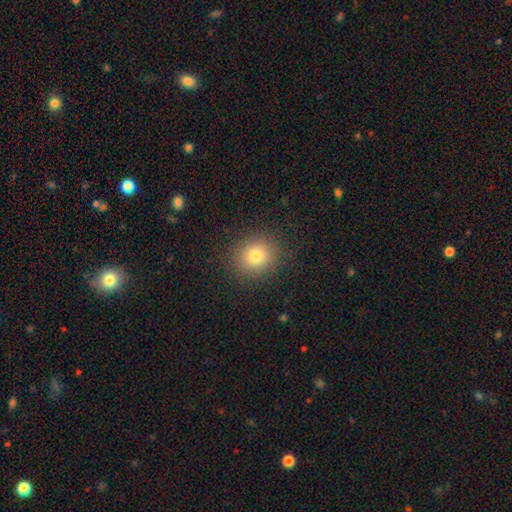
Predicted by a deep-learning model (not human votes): Smooth or featured: smooth — 80% (star or artifact — 12%)
How rounded: round — 83% (in between — 16%)
Merging: none — 89% (minor disturbance — 7%)